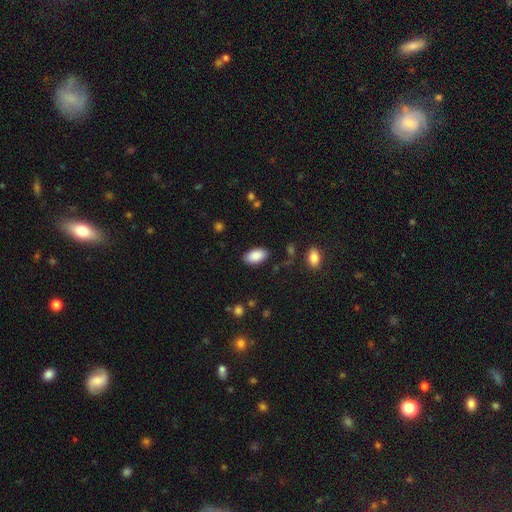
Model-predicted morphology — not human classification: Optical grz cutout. It shows a smooth galaxy with no disk features (88%) that is in between round and cigar-shaped (95%). Merging: none (86%).